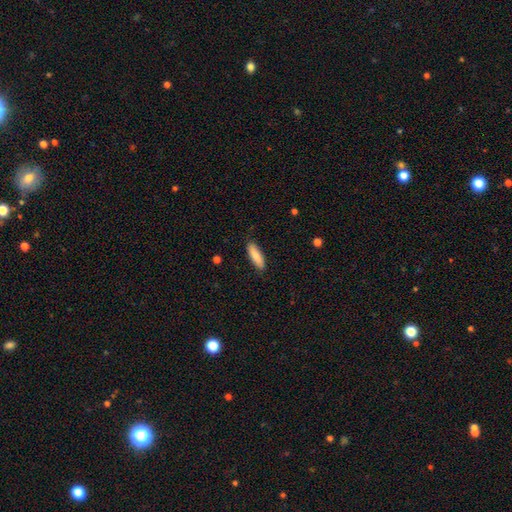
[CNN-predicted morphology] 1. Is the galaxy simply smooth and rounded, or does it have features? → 84% smooth, 10% featured or disk, 6% star or artifact.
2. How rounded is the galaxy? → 49% in between (tied), 49% cigar-shaped (tied), 2% round.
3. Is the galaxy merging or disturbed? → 85% none, 11% minor disturbance, 2% major disturbance, 1% merger.